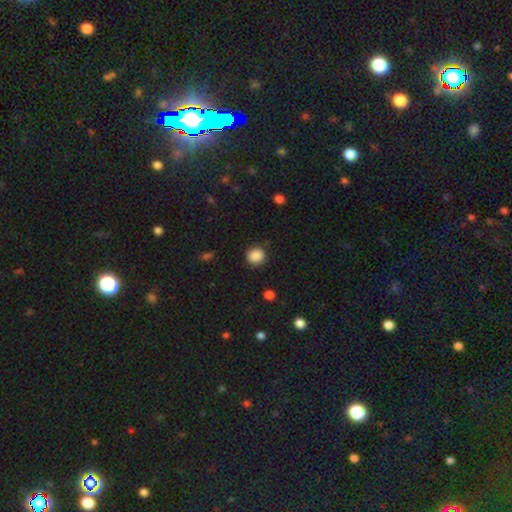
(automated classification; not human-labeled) This appears to be a smooth galaxy with no disk features (87%) that is round (88%). Merging: none (86%).